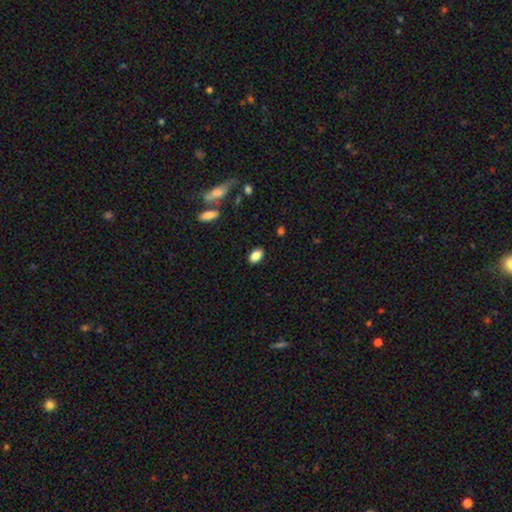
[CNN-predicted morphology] smooth-or-featured: smooth: 87% | star or artifact: 8% | featured or disk: 5%
  how-rounded: in between: 89% | round: 9% | cigar-shaped: 2%
  merging: none: 88% | minor disturbance: 9% | major disturbance: 2% | merger: 1%